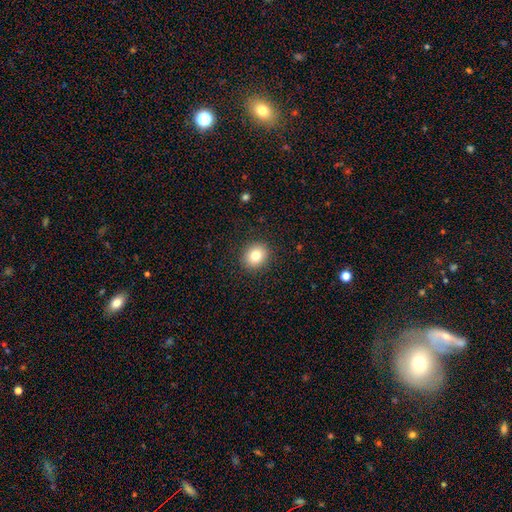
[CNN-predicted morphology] A smooth galaxy with no disk features (81%) that is round (76%).

Vote fractions:
- Smooth or featured? smooth: 81% / star or artifact: 10% / featured or disk: 9%
- How rounded? round: 76% / in between: 23% / cigar-shaped: 1%
- Merging? none: 90% / minor disturbance: 7% / major disturbance: 2% / merger: 1%